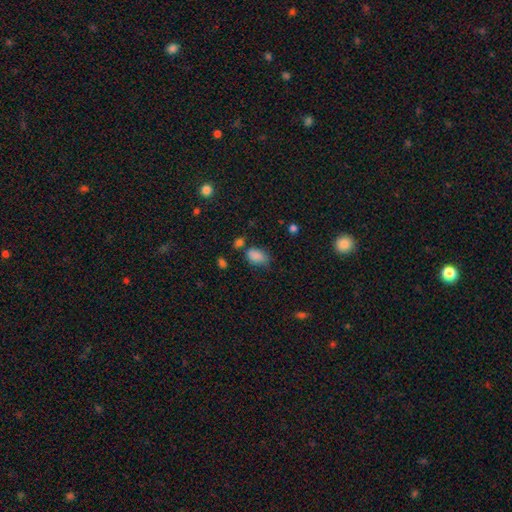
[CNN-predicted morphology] Smooth or featured? Predicted: smooth (p=0.84). How rounded? Predicted: in between (p=0.86). Merging? Predicted: none (p=0.53).